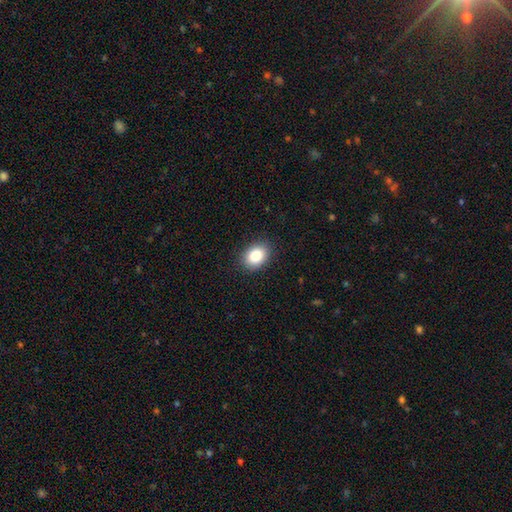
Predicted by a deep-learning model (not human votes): Smooth or featured?
  - smooth: 87% *
  - star or artifact: 8%
  - featured or disk: 5%
How rounded?
  - in between: 72% *
  - round: 27%
  - cigar-shaped: 1%
Merging?
  - none: 88% *
  - minor disturbance: 9%
  - major disturbance: 2%
  - merger: 1%